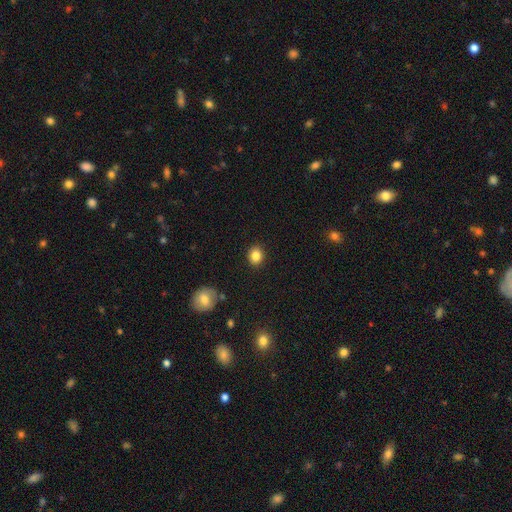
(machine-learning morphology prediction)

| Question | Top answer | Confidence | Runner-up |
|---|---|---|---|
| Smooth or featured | smooth | 84% | star or artifact (11%) |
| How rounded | round | 73% | in between (26%) |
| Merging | none | 90% | minor disturbance (7%) |